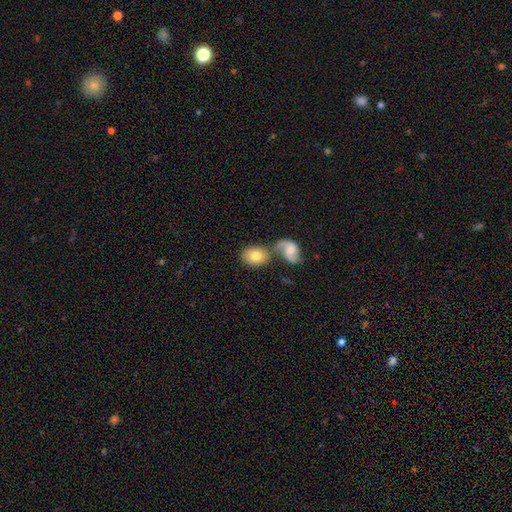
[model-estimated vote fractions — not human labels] A smooth galaxy with no disk features (73%) that is in between round and cigar-shaped (65%).

Vote fractions:
- Smooth or featured? smooth: 73% / featured or disk: 21% / star or artifact: 6%
- How rounded? in between: 65% / round: 33% / cigar-shaped: 1%
- Merging? merger: 44% / none: 39% / minor disturbance: 11% / major disturbance: 6%